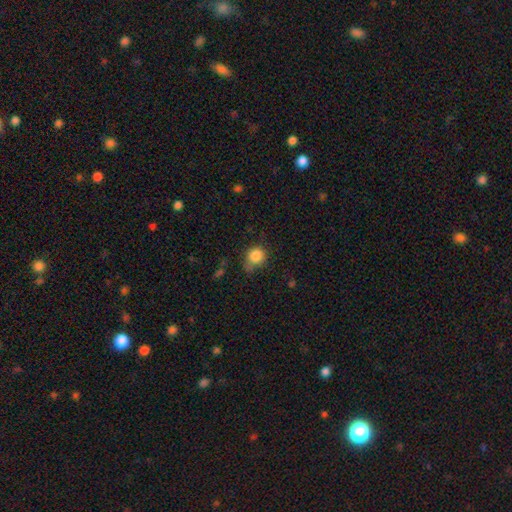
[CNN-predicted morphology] Smooth or featured? Predicted: smooth (p=0.85). How rounded? Predicted: round (p=0.79). Merging? Predicted: none (p=0.54).